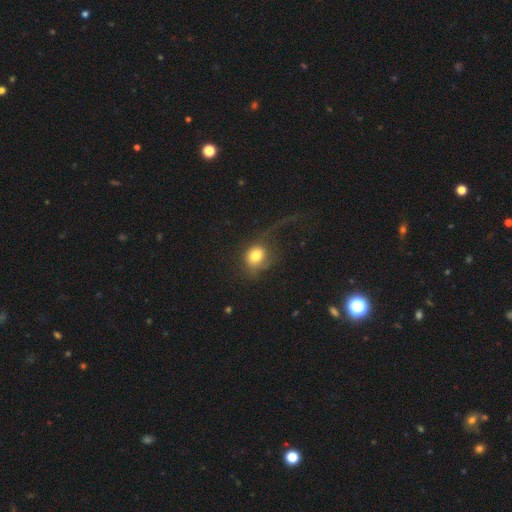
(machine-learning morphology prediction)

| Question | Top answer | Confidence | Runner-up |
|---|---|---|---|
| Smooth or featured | smooth | 76% | featured or disk (14%) |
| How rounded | round | 58% | in between (41%) |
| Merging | major disturbance | 42% | none (37%) |